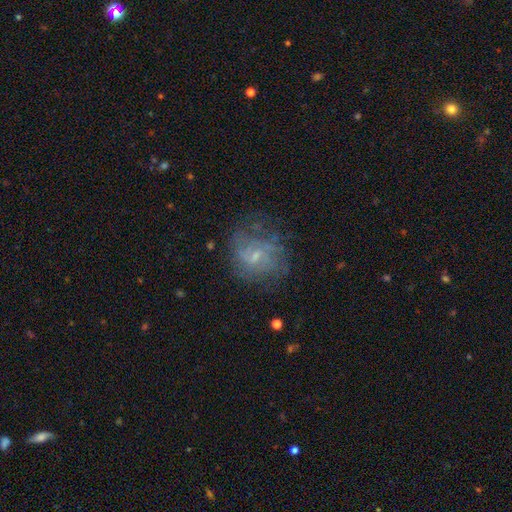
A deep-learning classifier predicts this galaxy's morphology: The model was most divided on "bar": no: 47%, weak: 46%, strong: 7%. More confident: edge-on disk — no (97%); spiral arms — yes (64%); bulge size — small (62%); smooth or featured — featured or disk (60%); merging — none (59%).